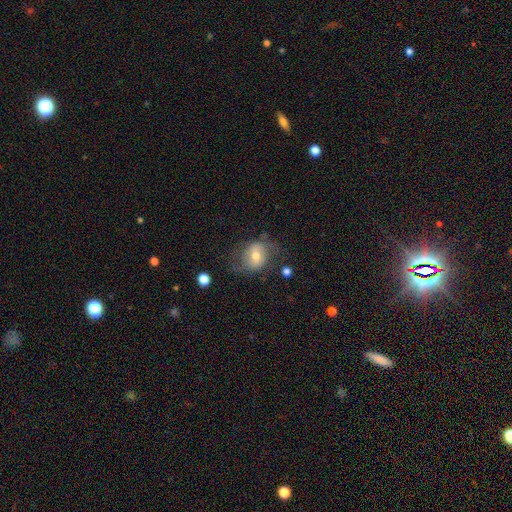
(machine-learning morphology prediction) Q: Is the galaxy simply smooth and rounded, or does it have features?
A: smooth — 50%.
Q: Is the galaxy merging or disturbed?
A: none — 54%.